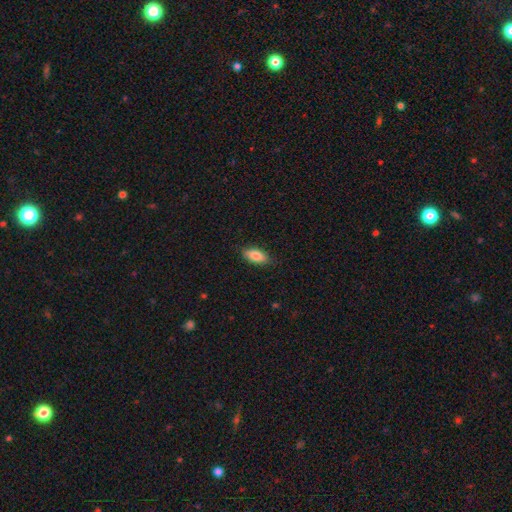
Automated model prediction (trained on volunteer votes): smooth 86%, featured or disk 8%, star or artifact 7%. Down the decision tree: how rounded — in between (88%); merging — none (86%).